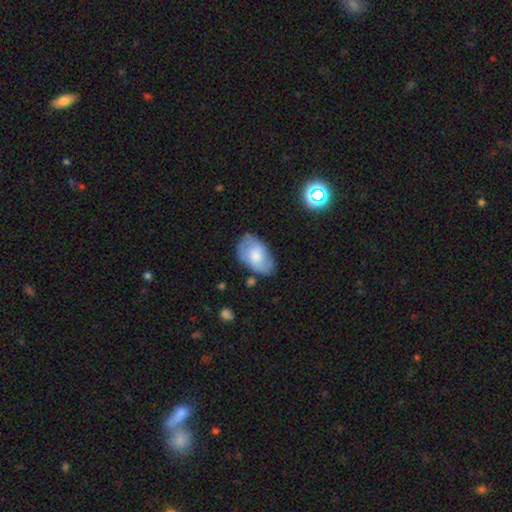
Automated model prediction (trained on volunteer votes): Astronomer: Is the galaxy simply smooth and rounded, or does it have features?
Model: smooth — 59% (runner-up: featured or disk, 34%).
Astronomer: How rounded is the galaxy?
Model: in between — 91%.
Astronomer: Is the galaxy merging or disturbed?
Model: none — 66%.